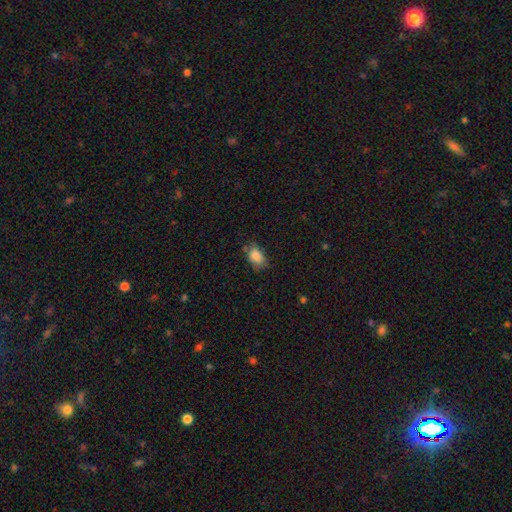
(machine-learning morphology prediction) smooth 85%, star or artifact 8%, featured or disk 7%. Down the decision tree: how rounded — in between (85%); merging — none (63%).